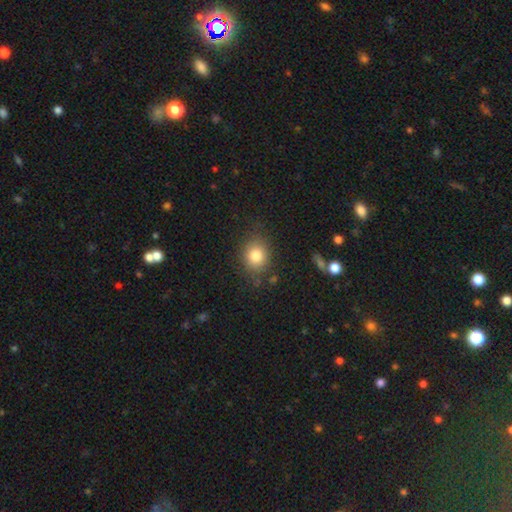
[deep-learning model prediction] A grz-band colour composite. It shows a smooth galaxy with no disk features (81%) that is round (63%). Merging: none (80%).